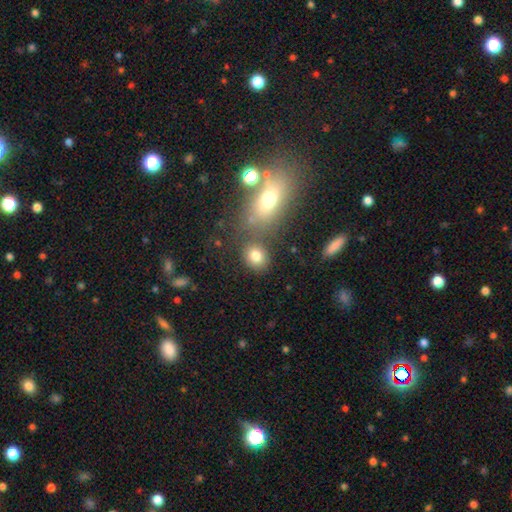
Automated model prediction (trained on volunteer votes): Q: Smooth or featured?
A: smooth (78%); runner-up: star or artifact (13%)
Q: How rounded?
A: round (59%); runner-up: in between (40%)
Q: Merging?
A: none (69%); runner-up: merger (16%)